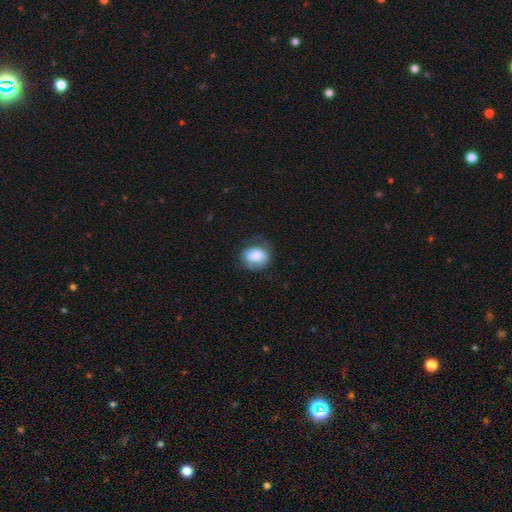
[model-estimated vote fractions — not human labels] A smooth galaxy with no disk features (76%) that is in between round and cigar-shaped (57%). Merging: none (53%).